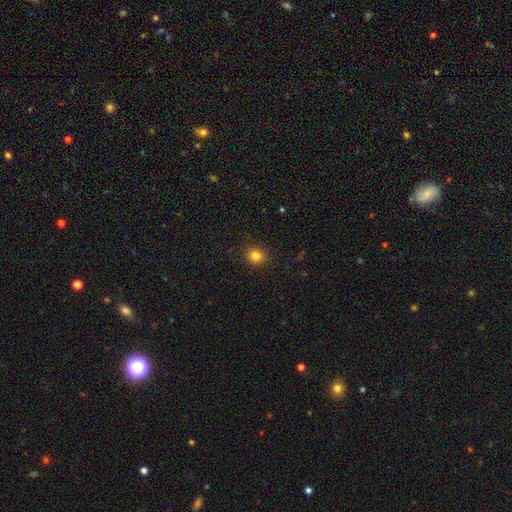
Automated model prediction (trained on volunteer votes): The model was most divided on "how rounded": round: 81%, in between: 18%, cigar-shaped: 1%. More confident: merging — none (89%); smooth or featured — smooth (83%).